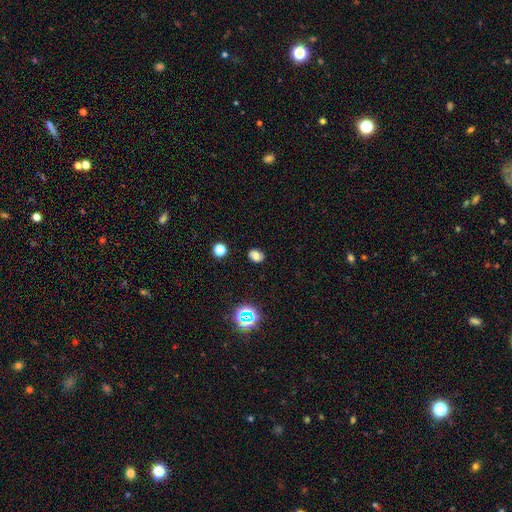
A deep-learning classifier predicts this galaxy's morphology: Smooth or featured? smooth (73%)
How rounded? in between (62%)
Merging? none (83%)